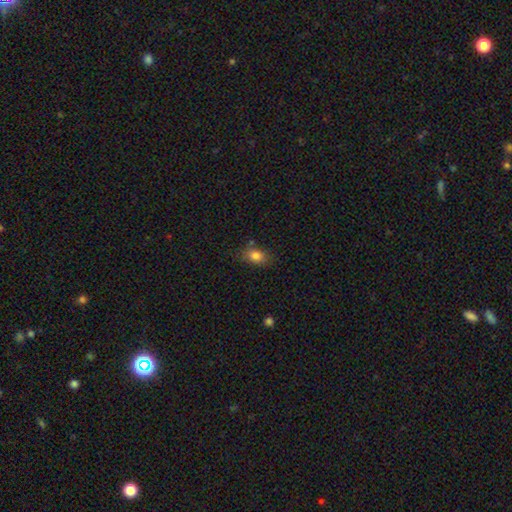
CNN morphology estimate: smooth_or_featured: smooth (p=0.83) [alt: star or artifact p=0.10]
how_rounded: in between (p=0.75) [alt: round p=0.22]
merging: none (p=0.75) [alt: minor disturbance p=0.17]